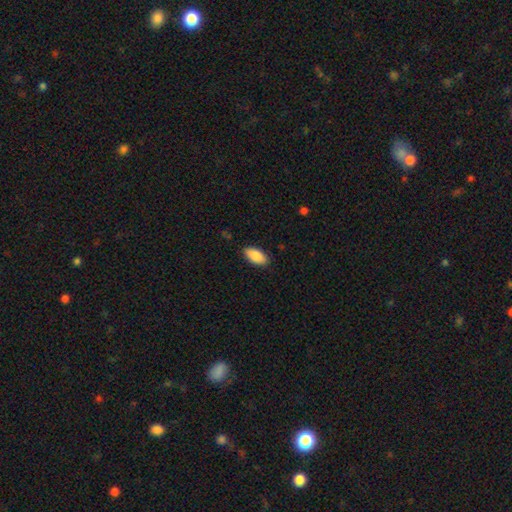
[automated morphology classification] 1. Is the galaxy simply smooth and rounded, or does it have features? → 88% smooth, 6% star or artifact, 6% featured or disk.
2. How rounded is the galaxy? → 93% in between, 4% cigar-shaped, 2% round.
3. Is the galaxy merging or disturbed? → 86% none, 10% minor disturbance, 2% major disturbance, 1% merger.